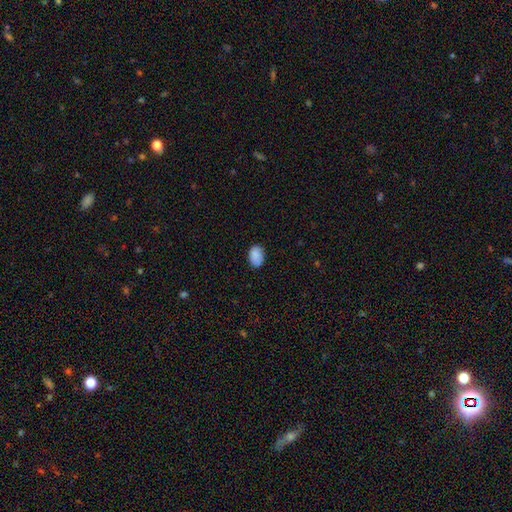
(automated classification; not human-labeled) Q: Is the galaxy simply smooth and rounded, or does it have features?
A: smooth — 88%.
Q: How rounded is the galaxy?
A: in between — 84%.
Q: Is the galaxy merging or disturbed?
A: none — 82%.